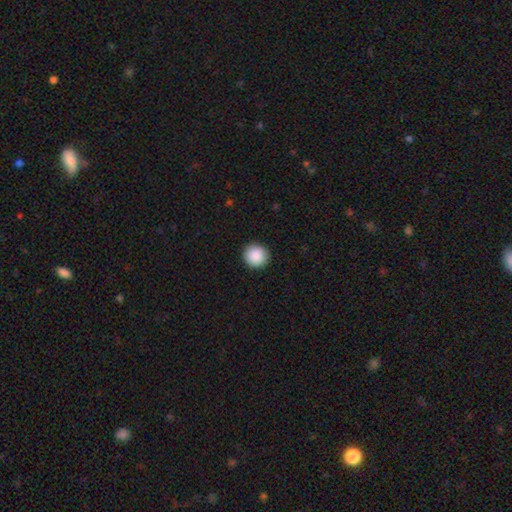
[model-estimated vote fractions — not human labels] smooth-or-featured: smooth: 89% | star or artifact: 8% | featured or disk: 3%
  how-rounded: round: 94% | in between: 5% | cigar-shaped: 1%
  merging: none: 92% | minor disturbance: 5% | major disturbance: 2% | merger: 1%